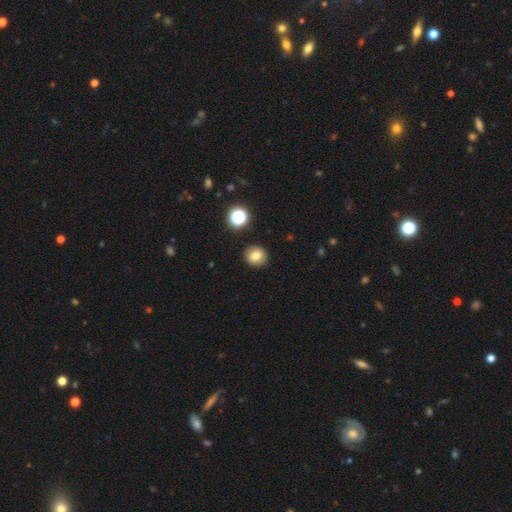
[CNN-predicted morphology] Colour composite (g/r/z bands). It shows a smooth galaxy with no disk features (80%) that is round (85%). Merging: none (90%).